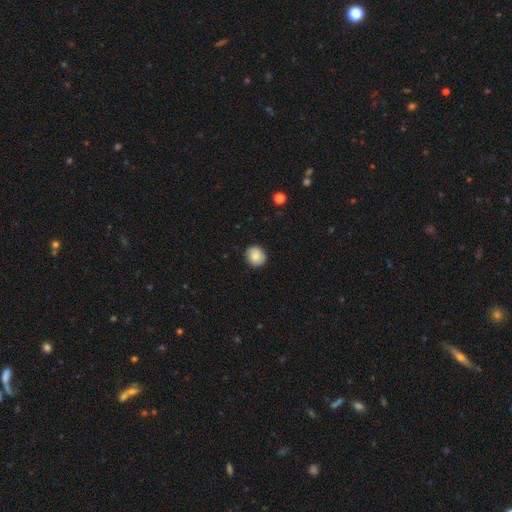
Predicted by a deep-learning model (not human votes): This appears to be a smooth galaxy with no disk features (85%) that is round (83%). Merging: none (89%).